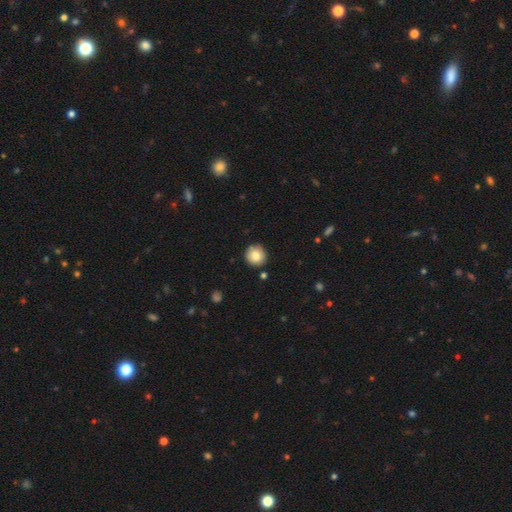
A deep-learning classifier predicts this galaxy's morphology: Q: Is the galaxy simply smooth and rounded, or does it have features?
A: smooth — 80%.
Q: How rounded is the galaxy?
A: round — 93%.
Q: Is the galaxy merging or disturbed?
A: none — 85%.